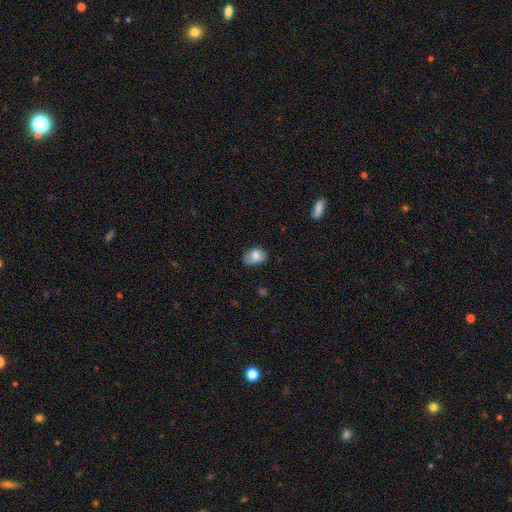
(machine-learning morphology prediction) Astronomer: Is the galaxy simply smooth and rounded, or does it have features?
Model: smooth — 79%.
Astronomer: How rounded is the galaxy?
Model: in between — 80%.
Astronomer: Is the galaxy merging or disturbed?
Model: none — 57%.